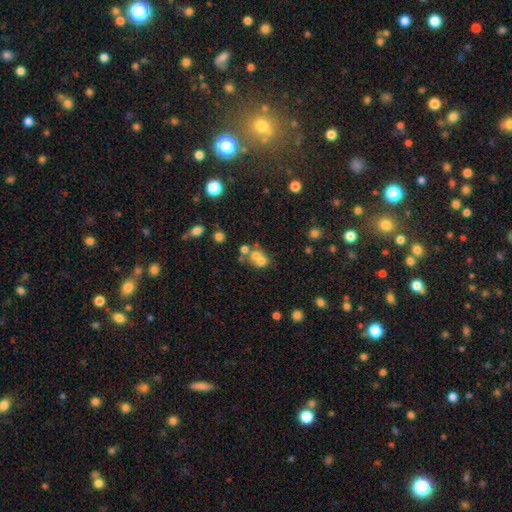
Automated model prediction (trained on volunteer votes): smooth 62%, featured or disk 23%, star or artifact 15%. Down the decision tree: how rounded — round (68%); merging — merger (58%).